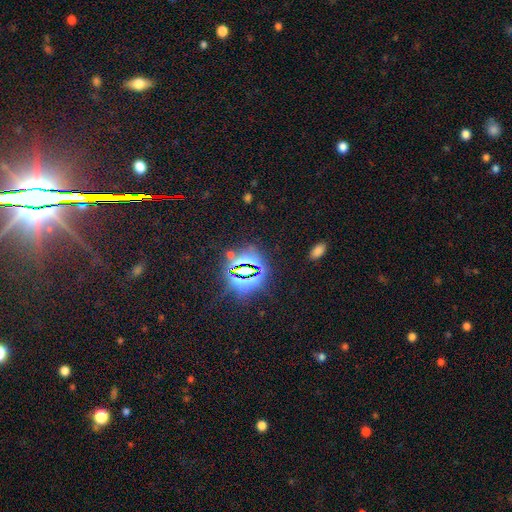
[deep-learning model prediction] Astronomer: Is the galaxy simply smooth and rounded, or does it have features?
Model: star or artifact — 79%.